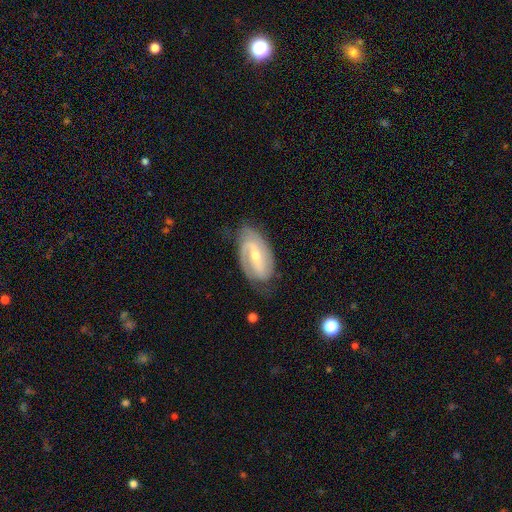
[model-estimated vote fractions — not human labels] A featured or disk galaxy (84%) with a weak bar (42%), 2 (75%) tight (42%) spiral arms (94%) and a small central bulge (52%). Merging: none (72%).